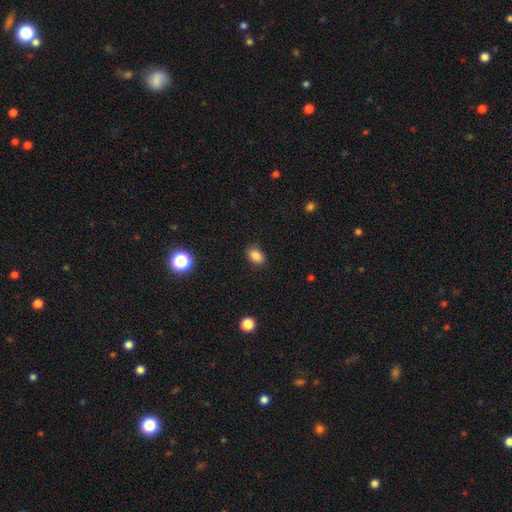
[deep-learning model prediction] Morphology: type=smooth (86%); roundness=in between (78%); merging=none (86%).